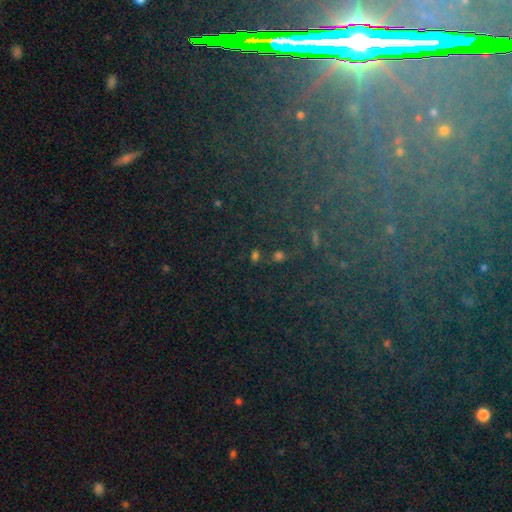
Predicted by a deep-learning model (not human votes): Smooth or featured: star or artifact — 70% (smooth — 15%)